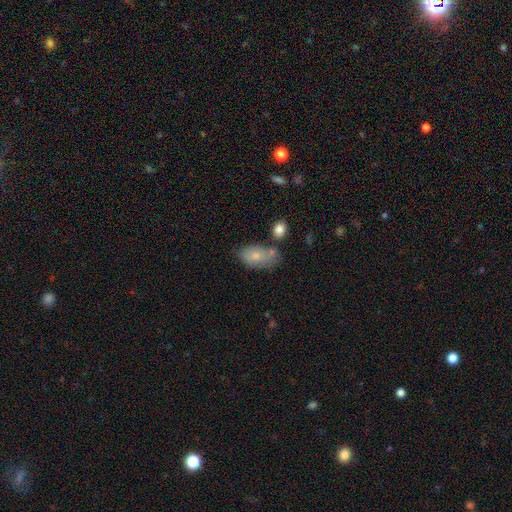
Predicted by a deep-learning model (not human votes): smooth-or-featured: smooth: 75% | featured or disk: 18% | star or artifact: 7%
  how-rounded: in between: 91% | round: 7% | cigar-shaped: 2%
  merging: none: 52% | minor disturbance: 23% | merger: 18% | major disturbance: 7%